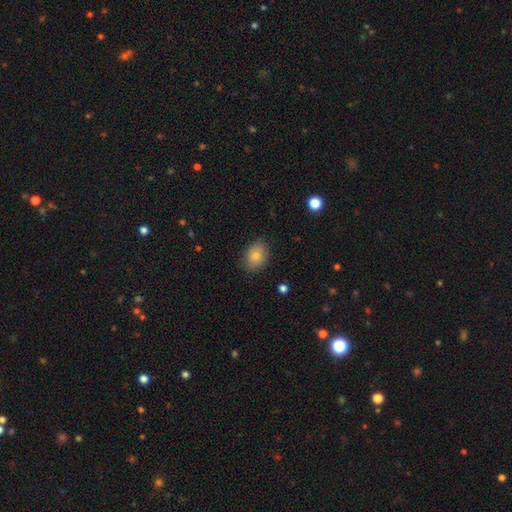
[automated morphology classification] This appears to be a smooth galaxy with no disk features (81%) that is in between round and cigar-shaped (71%). Merging: none (82%).